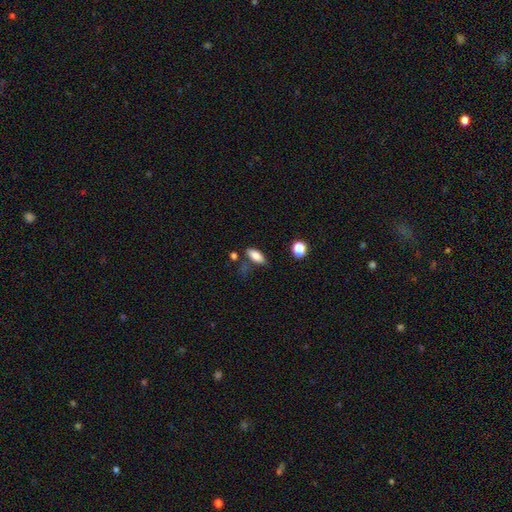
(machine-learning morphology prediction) smooth 82%, featured or disk 10%, star or artifact 8%. Down the decision tree: how rounded — in between (80%); merging — none (70%).